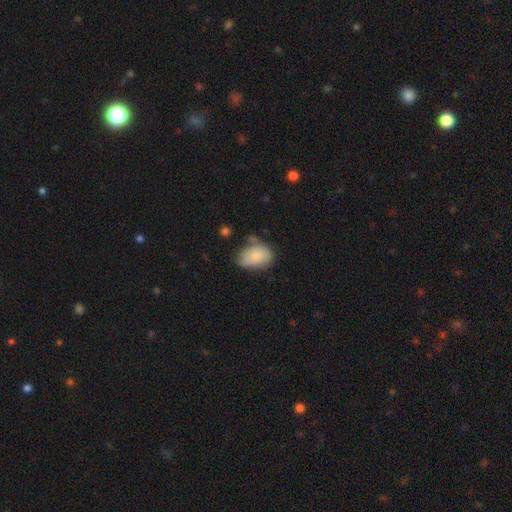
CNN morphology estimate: A smooth galaxy with no disk features (74%) that is in between round and cigar-shaped (76%). Merging: none (44%).